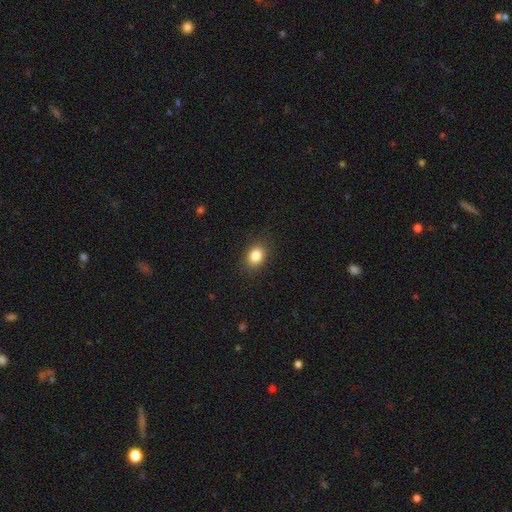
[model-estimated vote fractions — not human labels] Morphology: type=smooth (85%); roundness=in between (57%); merging=none (87%).